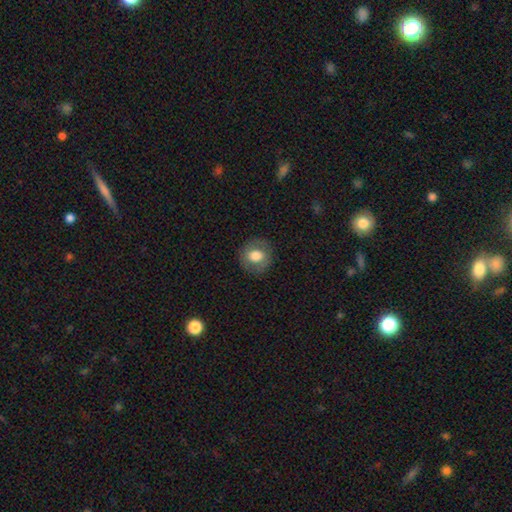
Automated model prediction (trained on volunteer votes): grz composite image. It shows a smooth galaxy with no disk features (70%) that is round (84%). Merging: none (86%).